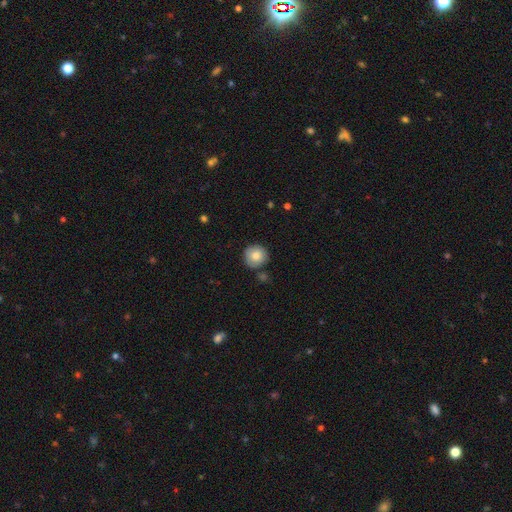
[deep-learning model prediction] smooth_or_featured: smooth (p=0.82) [alt: featured or disk p=0.10]
how_rounded: round (p=0.94) [alt: in between p=0.05]
merging: none (p=0.81) [alt: minor disturbance p=0.11]